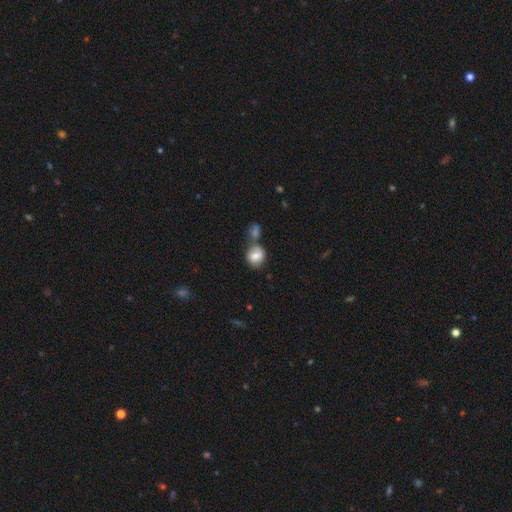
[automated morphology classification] Smooth or featured? Predicted: smooth (p=0.74). How rounded? Predicted: round (p=0.64). Merging? Predicted: none (p=0.44).